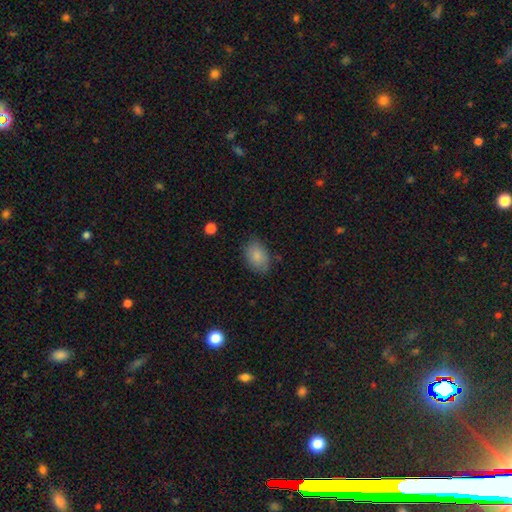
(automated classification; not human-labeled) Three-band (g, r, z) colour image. It shows a smooth galaxy with no disk features (85%) that is in between round and cigar-shaped (85%). Merging: none (79%).